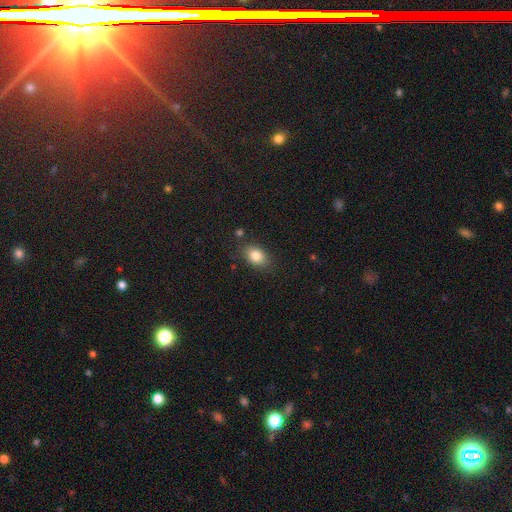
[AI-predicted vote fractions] This is clearly a smooth galaxy (82%). How rounded: likely in between (79%). Merging: clearly none (81%).